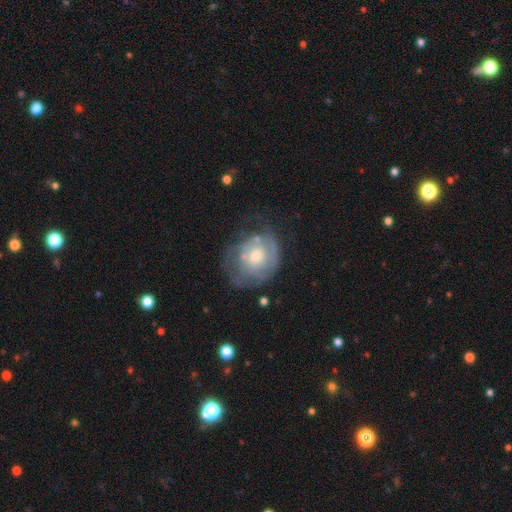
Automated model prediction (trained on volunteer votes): smooth-or-featured: featured or disk: 65% | smooth: 28% | star or artifact: 7%
  disk-edge-on: no: 97% | yes: 3%
    bar: no: 81% | weak: 17% | strong: 2%
    has-spiral-arms: yes: 64% | no: 36%
    bulge-size: moderate: 52% | small: 38% | large: 6% | none: 2% | dominant: 1%
  merging: none: 54% | minor disturbance: 26% | major disturbance: 18% | merger: 3%